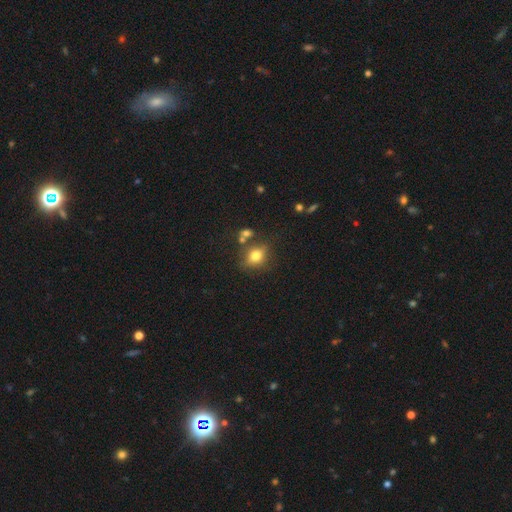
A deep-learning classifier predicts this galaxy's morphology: The model was most divided on "how rounded": round: 50%, in between: 49%, cigar-shaped: 2%. More confident: smooth or featured — smooth (76%); merging — none (67%).